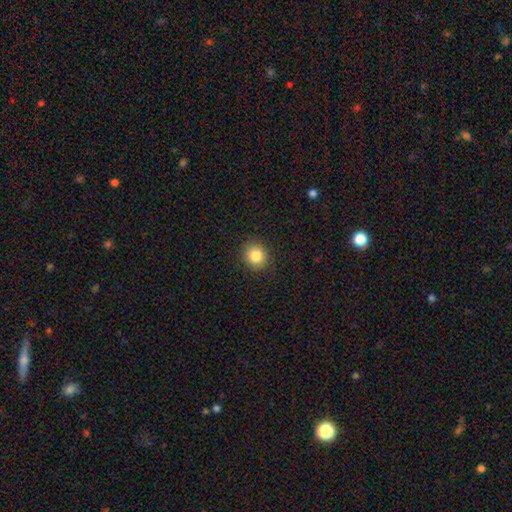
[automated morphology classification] A smooth galaxy with no disk features (83%) that is round (81%).

Vote fractions:
- Smooth or featured? smooth: 83% / star or artifact: 10% / featured or disk: 6%
- How rounded? round: 81% / in between: 18% / cigar-shaped: 1%
- Merging? none: 90% / minor disturbance: 7% / major disturbance: 2% / merger: 1%